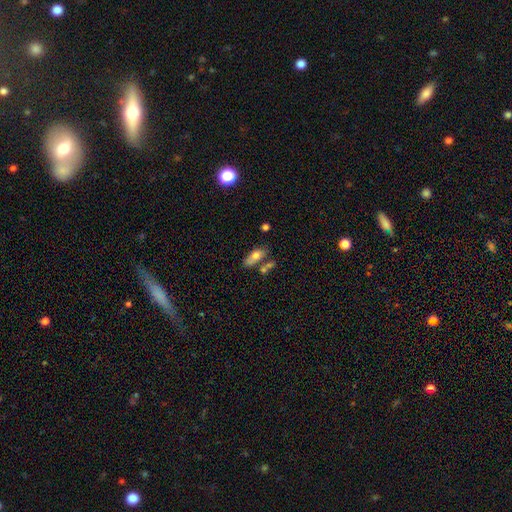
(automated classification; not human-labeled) A smooth galaxy with no disk features (66%) that is in between round and cigar-shaped (80%). Merging: none (51%).